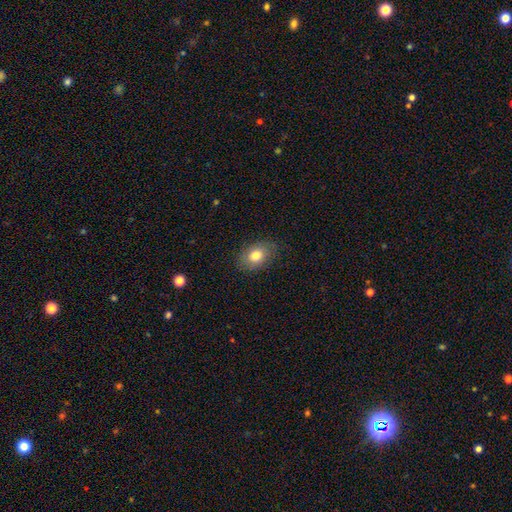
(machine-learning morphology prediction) This is likely a smooth galaxy (79%). How rounded: likely in between (78%). Merging: clearly none (82%).